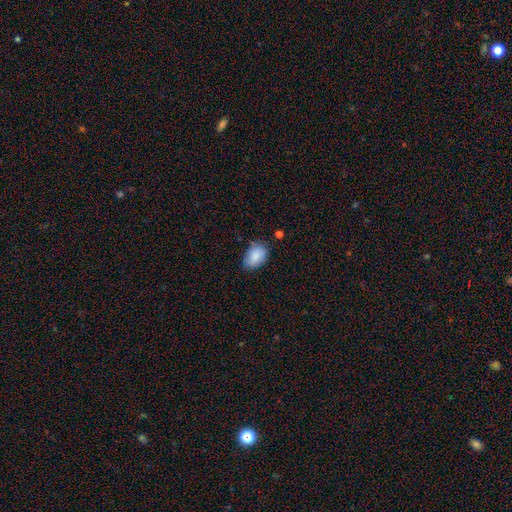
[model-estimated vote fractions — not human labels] smooth 87%, star or artifact 7%, featured or disk 6%. Down the decision tree: how rounded — in between (85%); merging — none (65%).